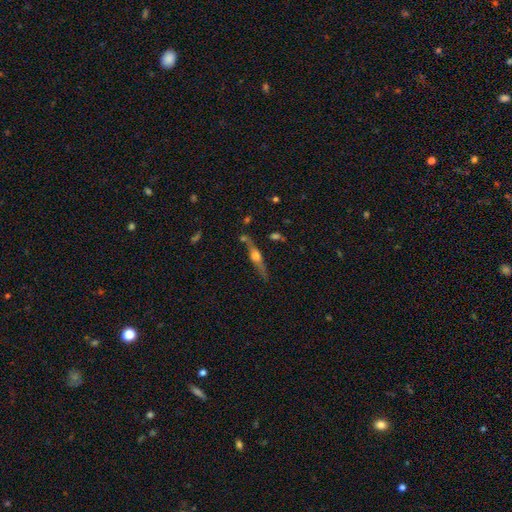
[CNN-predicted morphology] This appears to be a featured or disk galaxy (71%) viewed edge-on (94%) with a rounded central bulge (90%). Merging: none (71%).